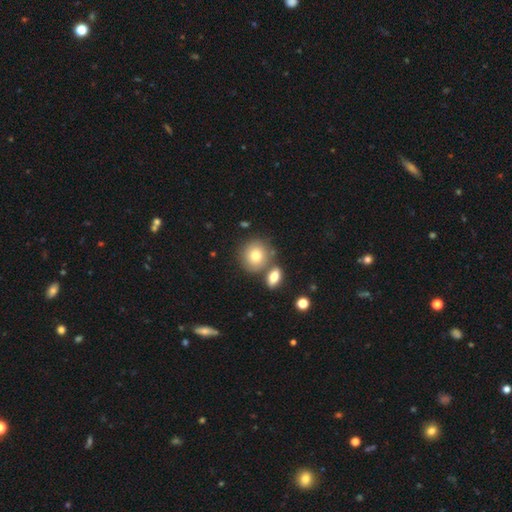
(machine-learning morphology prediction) smooth-or-featured: smooth: 75% | featured or disk: 16% | star or artifact: 9%
  how-rounded: round: 83% | in between: 16% | cigar-shaped: 1%
  merging: none: 65% | merger: 20% | minor disturbance: 11% | major disturbance: 4%